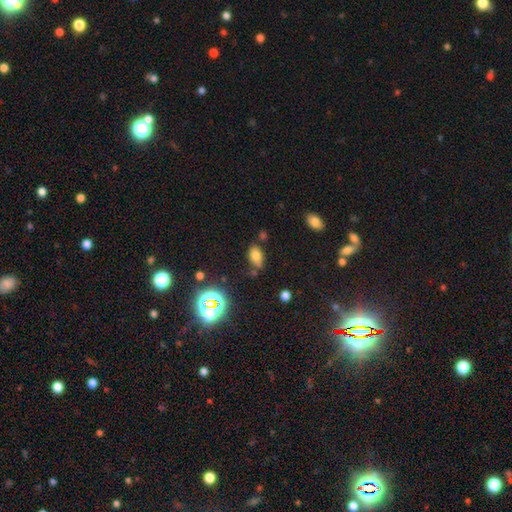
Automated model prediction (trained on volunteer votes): This is likely a smooth galaxy (71%). How rounded: clearly in between (87%). Merging: likely none (67%).